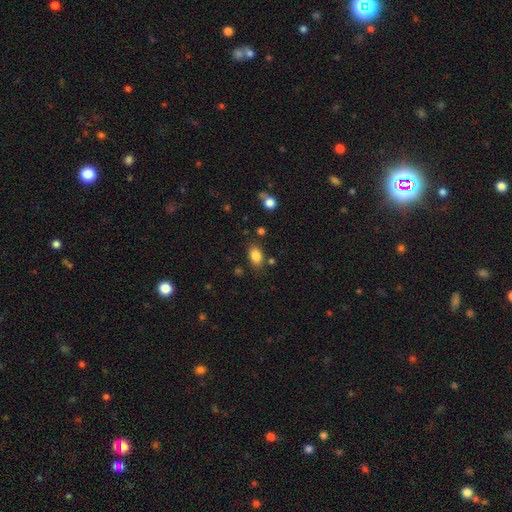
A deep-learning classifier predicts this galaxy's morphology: A smooth galaxy with no disk features (84%) that is in between round and cigar-shaped (85%).

Vote fractions:
- Smooth or featured? smooth: 84% / star or artifact: 9% / featured or disk: 7%
- How rounded? in between: 85% / round: 13% / cigar-shaped: 2%
- Merging? none: 79% / minor disturbance: 13% / merger: 4% / major disturbance: 4%